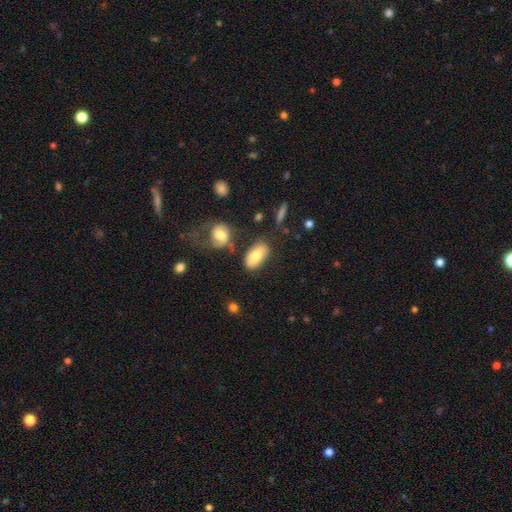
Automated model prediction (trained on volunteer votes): Morphology: type=smooth (74%); roundness=in between (91%); merging=none (69%).